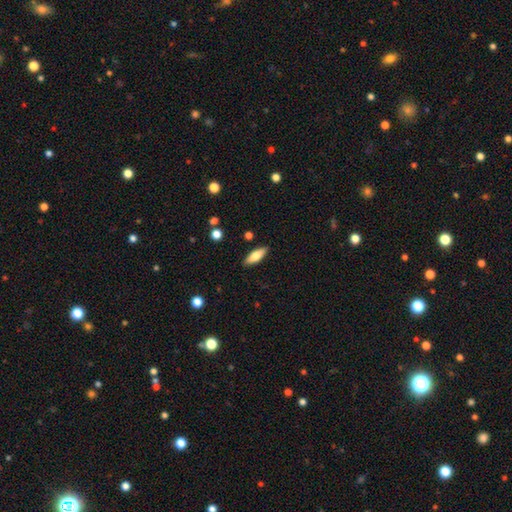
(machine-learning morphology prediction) type=smooth (70%); roundness=in between (60%); merging=none (87%).